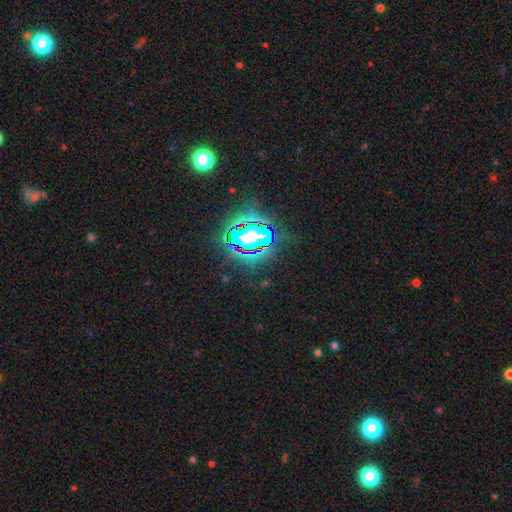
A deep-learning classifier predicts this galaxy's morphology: Q: Smooth or featured?
A: star or artifact (84%); runner-up: smooth (9%)